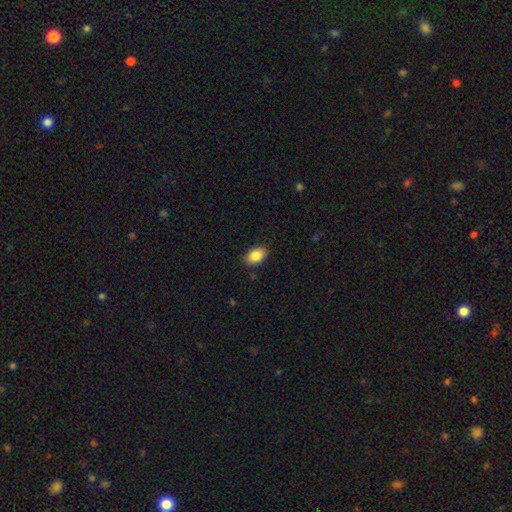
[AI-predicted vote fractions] smooth-or-featured: smooth: 87% | star or artifact: 8% | featured or disk: 6%
  how-rounded: in between: 88% | round: 10% | cigar-shaped: 1%
  merging: none: 87% | minor disturbance: 10% | major disturbance: 2% | merger: 1%